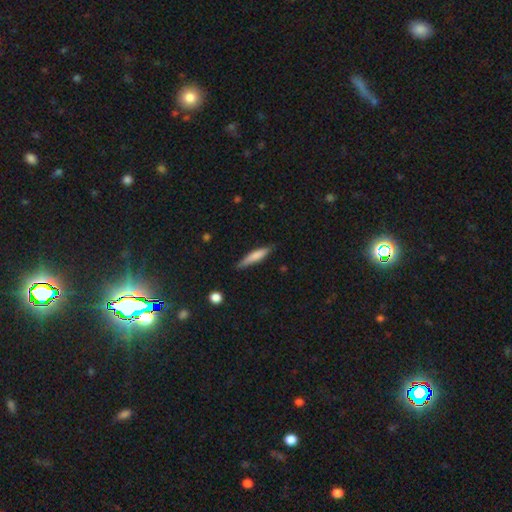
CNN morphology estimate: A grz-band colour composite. It shows a smooth galaxy with no disk features (73%) that is cigar-shaped (86%). Merging: none (80%).